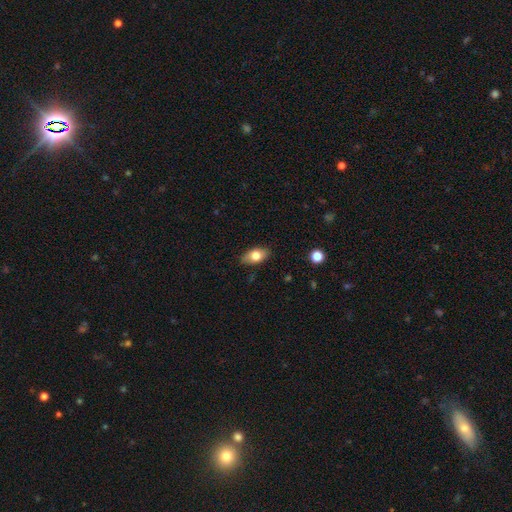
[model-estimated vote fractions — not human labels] smooth 78%, featured or disk 15%, star or artifact 7%. Down the decision tree: how rounded — in between (89%); merging — none (85%).